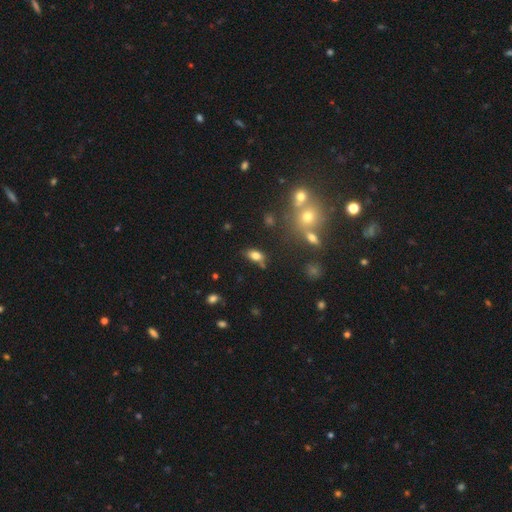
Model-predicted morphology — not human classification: This is likely a smooth galaxy (76%). How rounded: clearly in between (87%). Merging: likely none (67%).